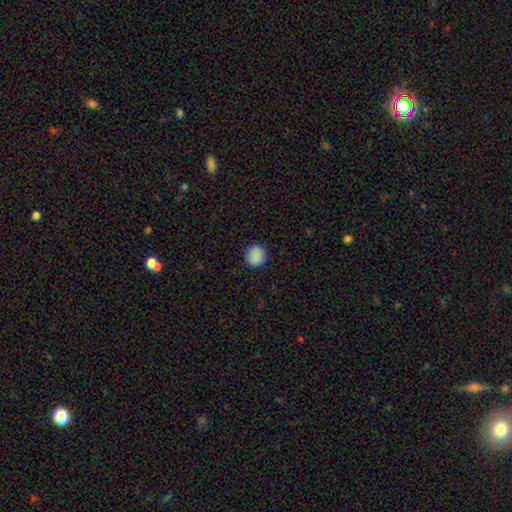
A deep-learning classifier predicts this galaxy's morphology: Smooth or featured? smooth (88%)
How rounded? round (85%)
Merging? none (88%)